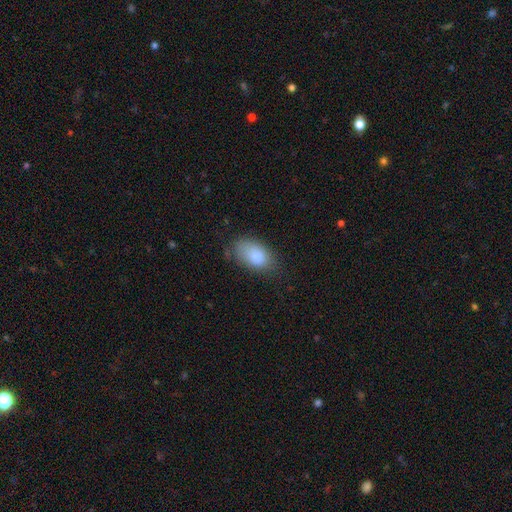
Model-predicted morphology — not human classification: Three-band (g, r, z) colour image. It shows a smooth galaxy with no disk features (85%) that is in between round and cigar-shaped (93%). Merging: none (65%).